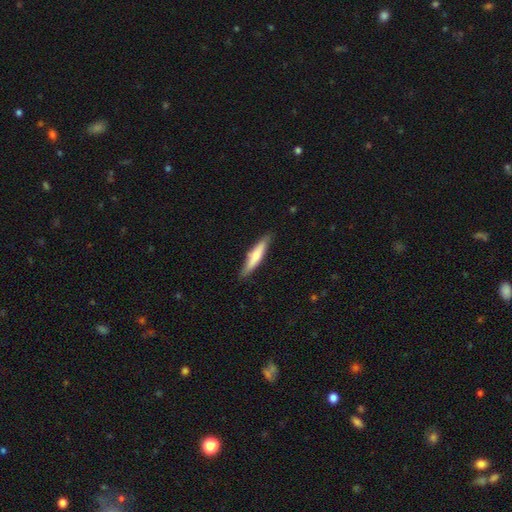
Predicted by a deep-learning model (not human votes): This appears to be a smooth galaxy with no disk features (66%) that is cigar-shaped (88%). Merging: none (84%).